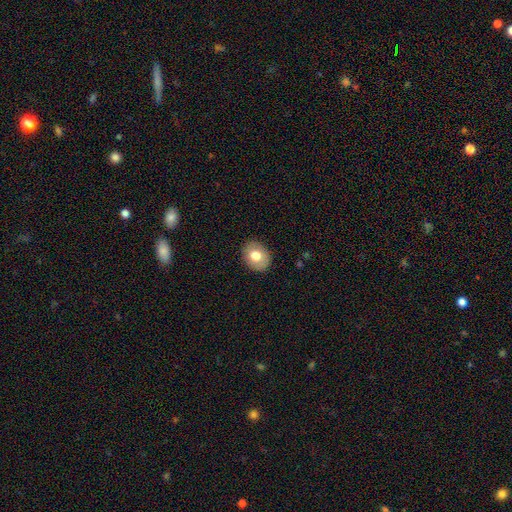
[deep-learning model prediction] smooth_or_featured: smooth (p=0.74) [alt: featured or disk p=0.18]
how_rounded: round (p=0.50) [alt: in between p=0.49]
merging: none (p=0.88) [alt: minor disturbance p=0.09]